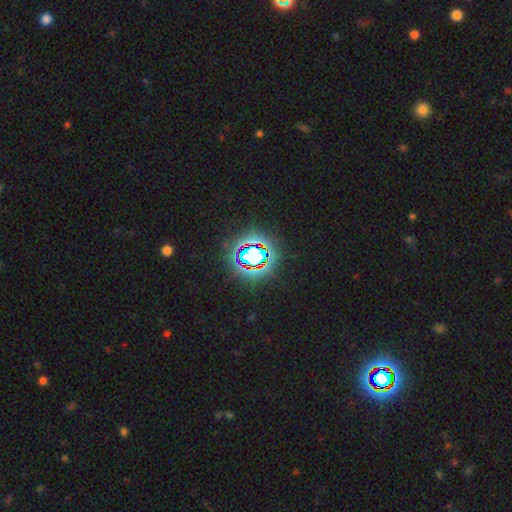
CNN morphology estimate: type=star or artifact (79%).